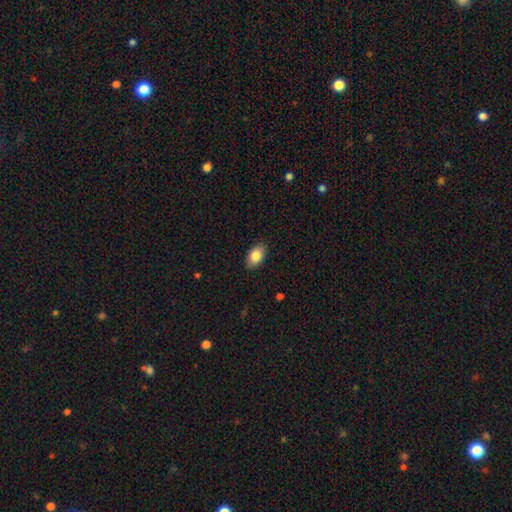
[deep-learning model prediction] A smooth galaxy with no disk features (84%) that is in between round and cigar-shaped (91%). Merging: none (87%).